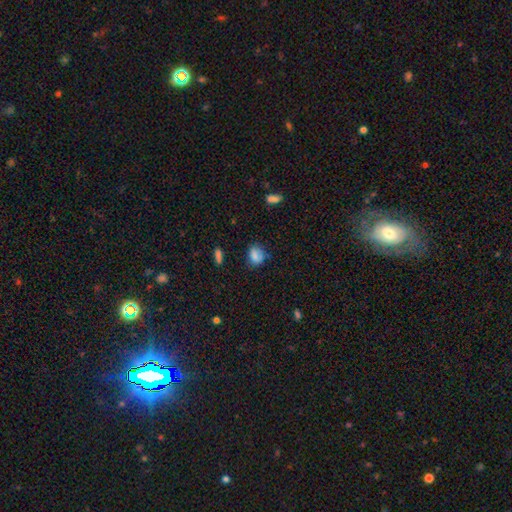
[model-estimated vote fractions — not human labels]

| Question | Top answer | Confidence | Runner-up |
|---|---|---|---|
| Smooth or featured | smooth | 79% | star or artifact (11%) |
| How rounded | in between | 60% | round (38%) |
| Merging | none | 61% | minor disturbance (27%) |